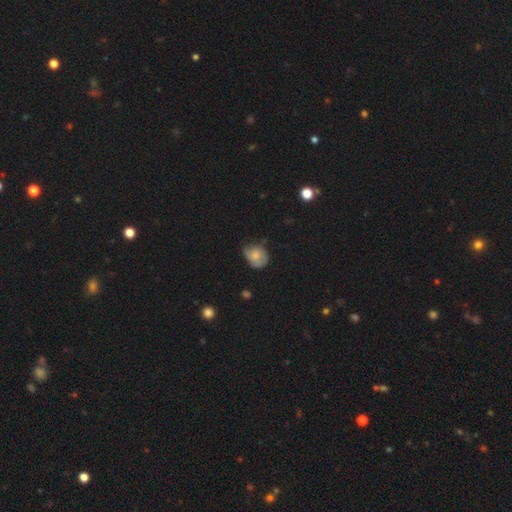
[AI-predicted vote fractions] A smooth galaxy with no disk features (64%) that is round (55%).

Vote fractions:
- Smooth or featured? smooth: 64% / featured or disk: 28% / star or artifact: 8%
- How rounded? round: 55% / in between: 44% / cigar-shaped: 1%
- Merging? none: 42% (tied) / minor disturbance: 42% (tied) / major disturbance: 14% / merger: 2%